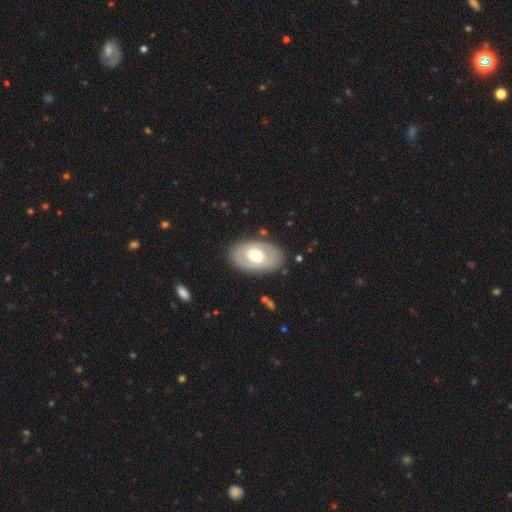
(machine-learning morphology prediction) The model was most divided on "smooth or featured": featured or disk: 50%, smooth: 45%, star or artifact: 5%. More confident: edge-on disk — no (90%); merging — none (83%).